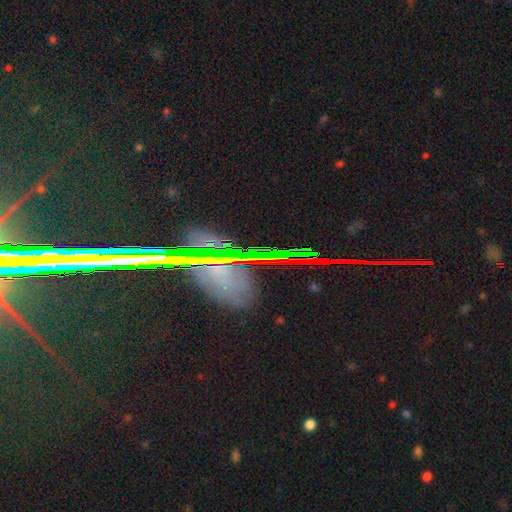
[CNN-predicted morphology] This appears to be a star or artifact, not a galaxy (66%).